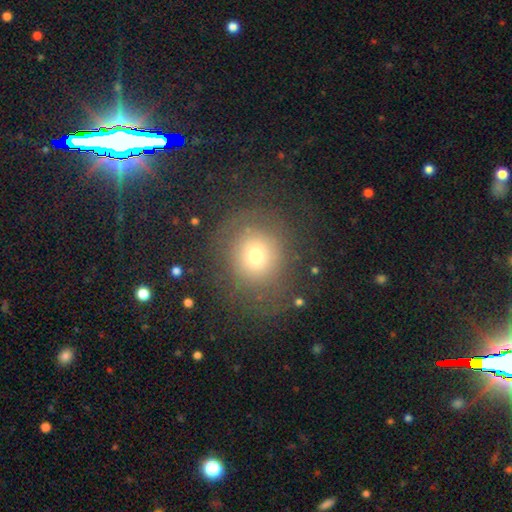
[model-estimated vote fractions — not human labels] A smooth galaxy with no disk features (63%) that is round (83%).

Vote fractions:
- Smooth or featured? smooth: 63% / featured or disk: 21% / star or artifact: 16%
- How rounded? round: 83% / in between: 16% / cigar-shaped: 1%
- Merging? none: 72% / minor disturbance: 14% / major disturbance: 12% / merger: 2%